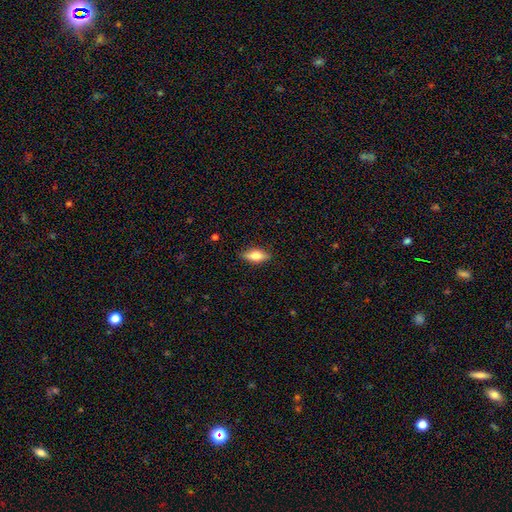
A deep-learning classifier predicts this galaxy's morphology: Smooth or featured? smooth (69%)
How rounded? in between (78%)
Merging? none (84%)